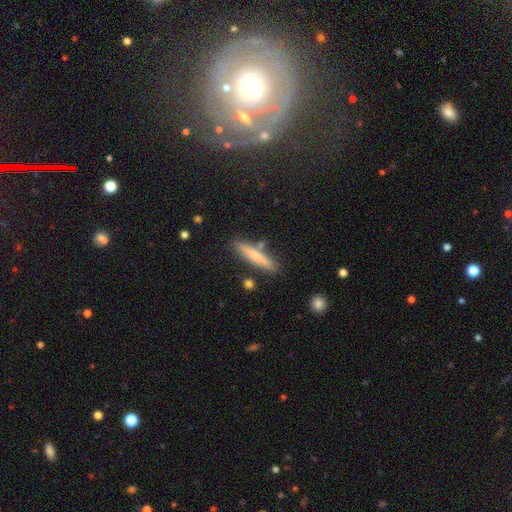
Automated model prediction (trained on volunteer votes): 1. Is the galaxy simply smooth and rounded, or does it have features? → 65% smooth, 28% featured or disk, 7% star or artifact.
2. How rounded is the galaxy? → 89% cigar-shaped, 9% in between, 2% round.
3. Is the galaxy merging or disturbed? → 82% none, 11% minor disturbance, 5% merger, 2% major disturbance.